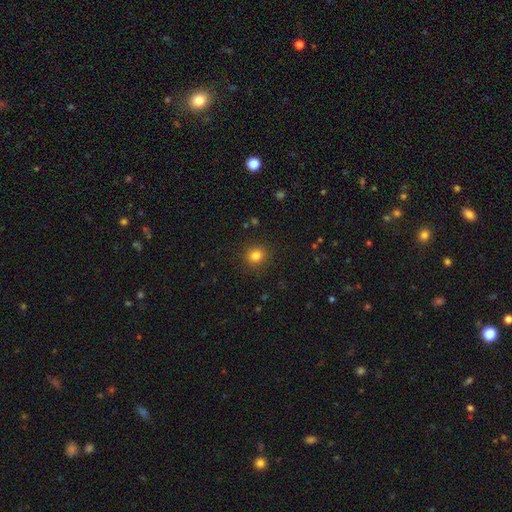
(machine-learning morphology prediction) smooth_or_featured: smooth (p=0.82) [alt: star or artifact p=0.13]
how_rounded: round (p=0.87) [alt: in between p=0.13]
merging: none (p=0.89) [alt: minor disturbance p=0.07]